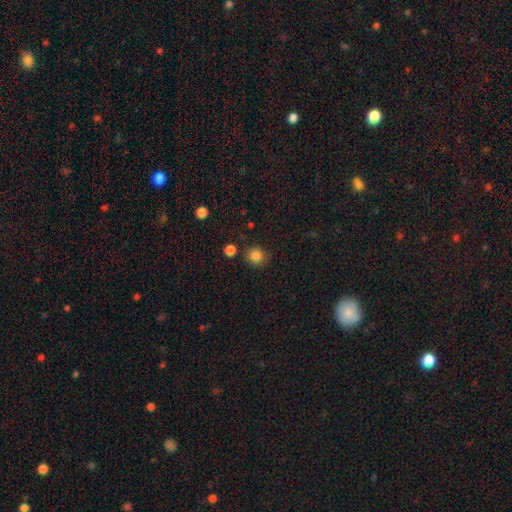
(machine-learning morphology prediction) Overall: smooth (85%). How rounded: round (82%). Merging: none (82%).